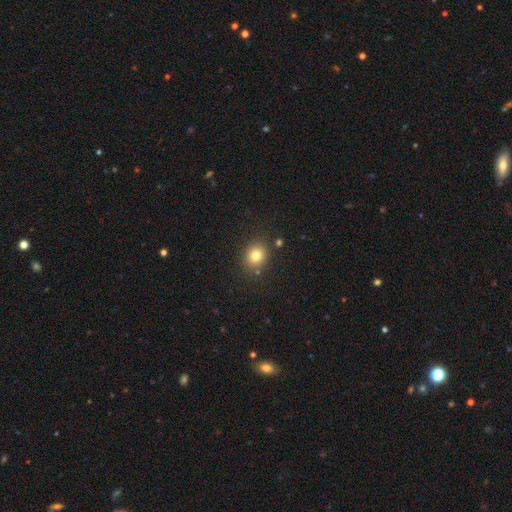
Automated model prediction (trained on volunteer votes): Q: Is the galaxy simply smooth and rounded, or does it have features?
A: smooth — 79%.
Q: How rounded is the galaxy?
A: round — 72%.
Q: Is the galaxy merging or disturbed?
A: none — 84%.